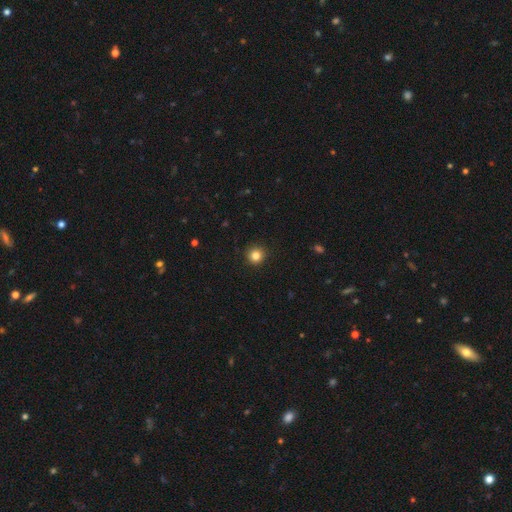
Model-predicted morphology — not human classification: The model was most divided on "smooth or featured": smooth: 84%, star or artifact: 12%, featured or disk: 4%. More confident: how rounded — round (95%); merging — none (92%).